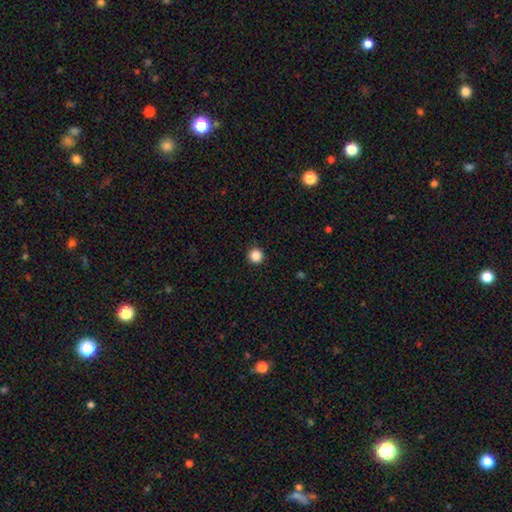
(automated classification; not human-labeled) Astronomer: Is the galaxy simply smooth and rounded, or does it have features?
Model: smooth — 87%.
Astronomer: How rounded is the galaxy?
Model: round — 96%.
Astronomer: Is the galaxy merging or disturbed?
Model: none — 93%.